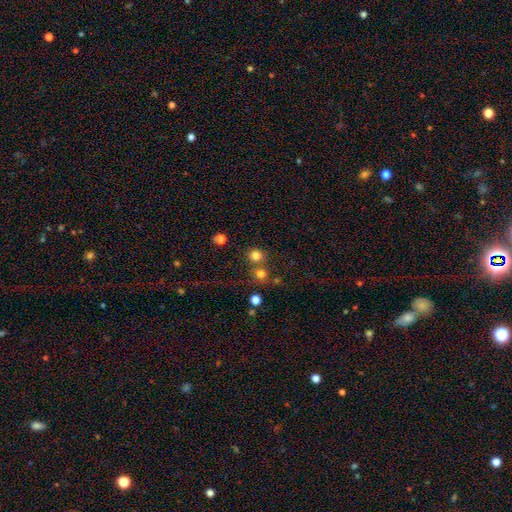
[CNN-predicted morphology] Smooth or featured?
  - smooth: 78% *
  - star or artifact: 16%
  - featured or disk: 6%
How rounded?
  - round: 89% *
  - in between: 10%
  - cigar-shaped: 1%
Merging?
  - none: 70% *
  - merger: 20%
  - minor disturbance: 7%
  - major disturbance: 3%